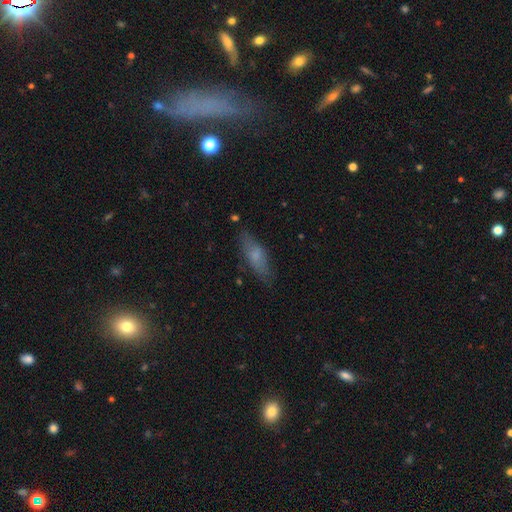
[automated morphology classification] smooth_or_featured: smooth (p=0.65) [alt: featured or disk p=0.27]
how_rounded: in between (p=0.49) [tied with: cigar-shaped p=0.49]
merging: none (p=0.77) [alt: minor disturbance p=0.17]